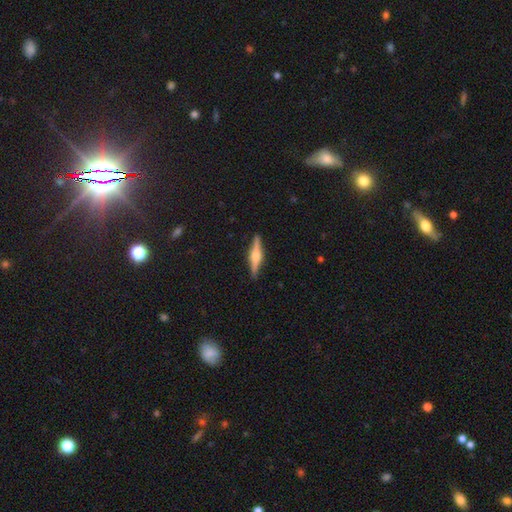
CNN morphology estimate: Overall: featured or disk (73%). Edge-on disk: yes (98%). Edge-on bulge: rounded (89%). Merging: none (91%).